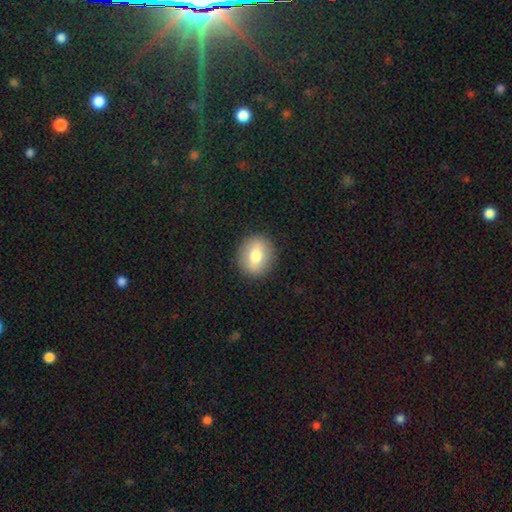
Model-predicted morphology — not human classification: smooth 69%, featured or disk 23%, star or artifact 8%. Down the decision tree: how rounded — round (65%); merging — none (89%).